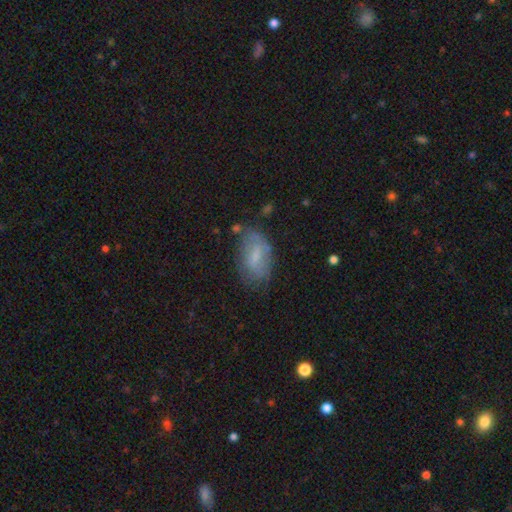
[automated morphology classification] This appears to be a smooth galaxy with no disk features (60%) that is in between round and cigar-shaped (90%). Merging: none (60%).